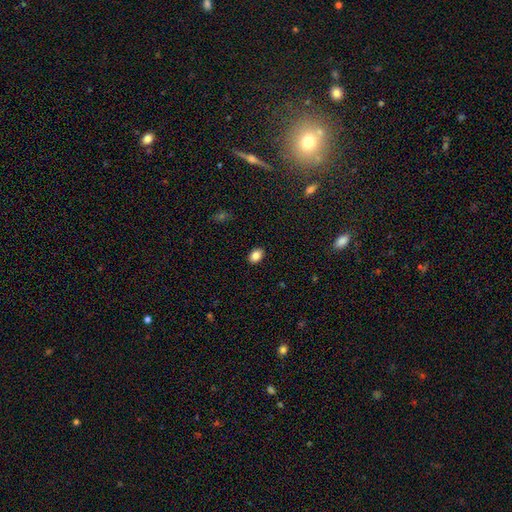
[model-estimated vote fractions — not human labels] A smooth galaxy with no disk features (84%) that is in between round and cigar-shaped (77%). Merging: none (89%).